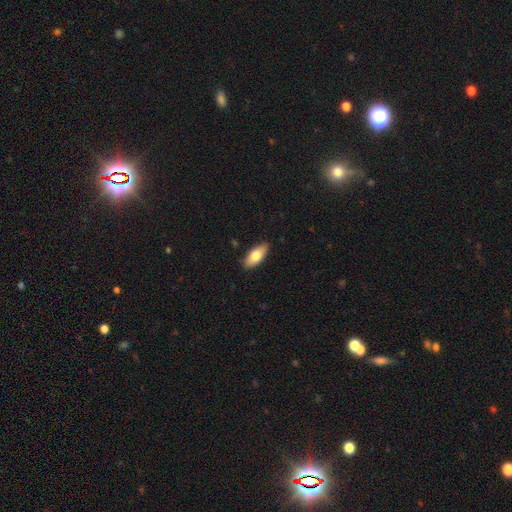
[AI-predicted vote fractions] A smooth galaxy with no disk features (76%) that is in between round and cigar-shaped (87%). Merging: none (85%).